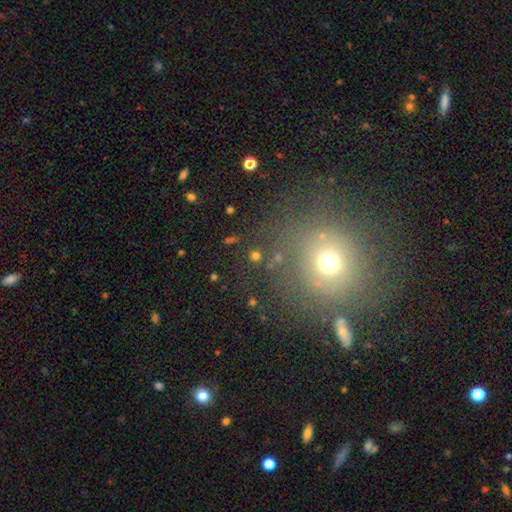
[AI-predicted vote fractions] smooth 54%, star or artifact 32%, featured or disk 14%. Down the decision tree: how rounded — round (73%); merging — none (77%).